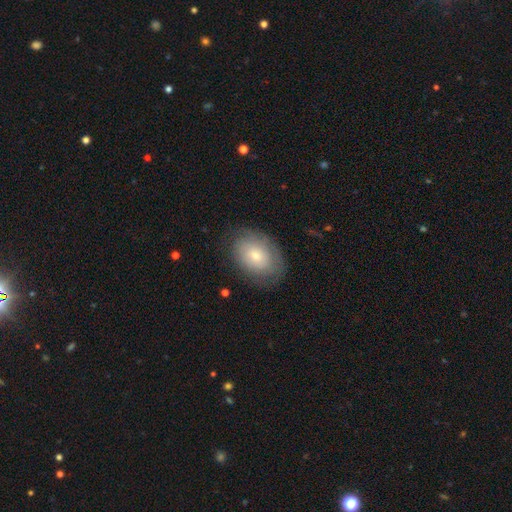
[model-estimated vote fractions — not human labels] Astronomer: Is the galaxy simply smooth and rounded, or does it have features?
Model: smooth — 64%.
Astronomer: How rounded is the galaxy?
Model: in between — 78%.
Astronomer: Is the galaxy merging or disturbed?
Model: none — 76%.